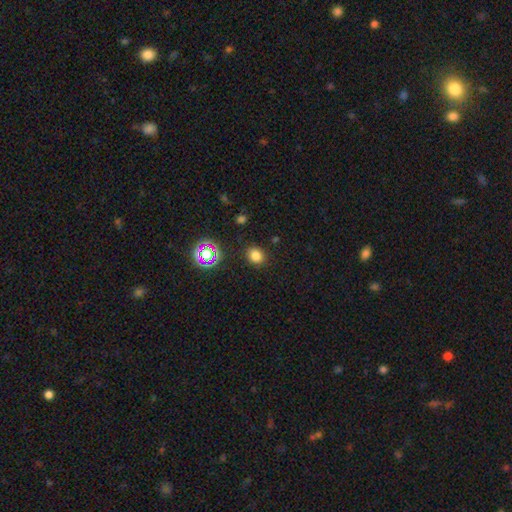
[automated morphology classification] Smooth or featured? smooth (76%)
How rounded? round (70%)
Merging? none (87%)